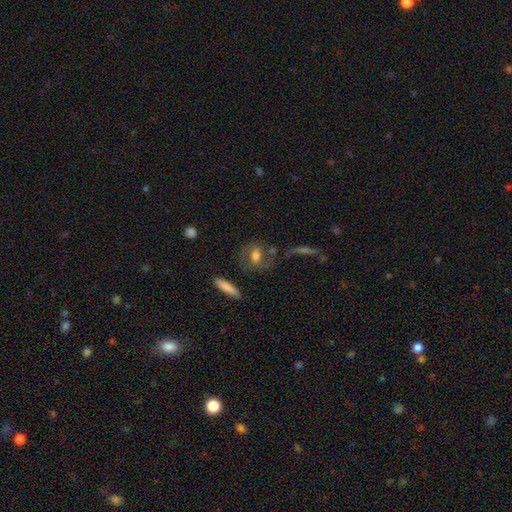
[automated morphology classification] This appears to be a featured or disk galaxy (47%). Merging: none (61%).